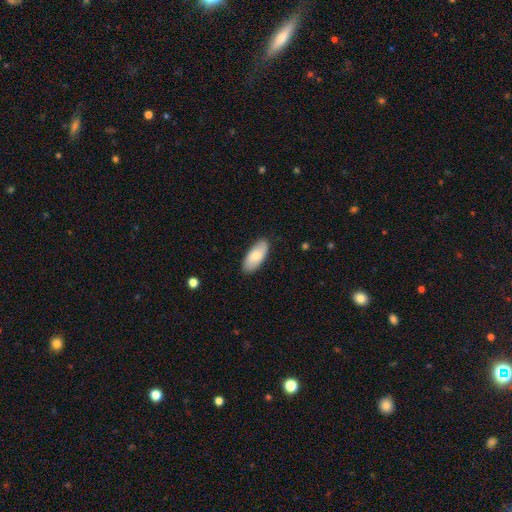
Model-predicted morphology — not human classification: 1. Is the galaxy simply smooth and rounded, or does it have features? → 75% smooth, 19% featured or disk, 6% star or artifact.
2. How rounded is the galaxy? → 90% in between, 8% cigar-shaped, 2% round.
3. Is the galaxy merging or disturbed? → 86% none, 11% minor disturbance, 2% major disturbance, 1% merger.